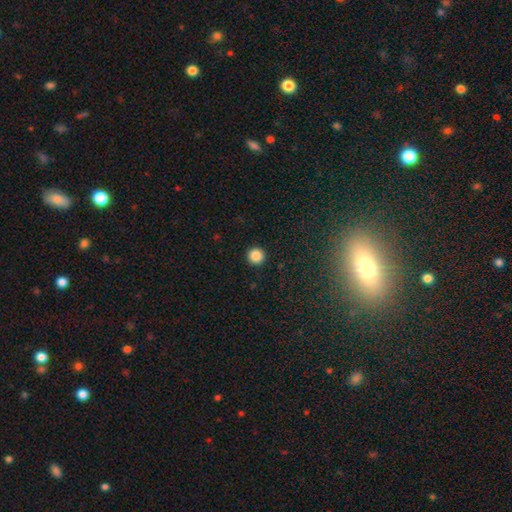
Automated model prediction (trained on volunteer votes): Overall: smooth (86%). How rounded: round (96%). Merging: none (93%).